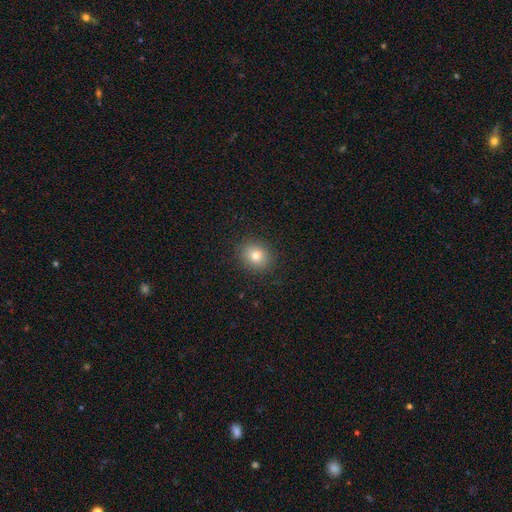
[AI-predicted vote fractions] Smooth or featured? Predicted: smooth (p=0.79). How rounded? Predicted: round (p=0.66). Merging? Predicted: none (p=0.89).